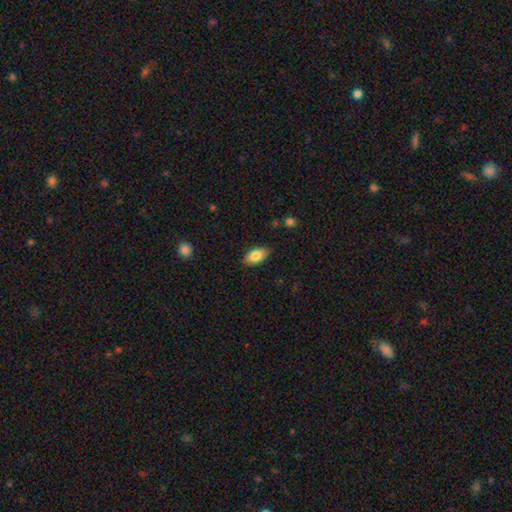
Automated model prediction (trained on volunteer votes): Smooth or featured? smooth (84%)
How rounded? in between (93%)
Merging? none (85%)